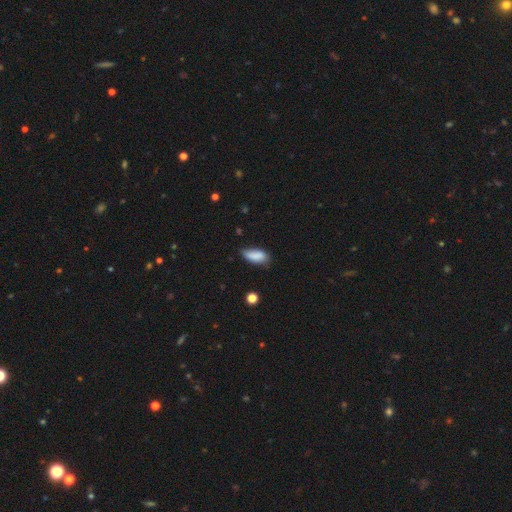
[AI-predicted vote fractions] This appears to be a smooth galaxy with no disk features (84%) that is in between round and cigar-shaped (85%). Merging: none (55%).